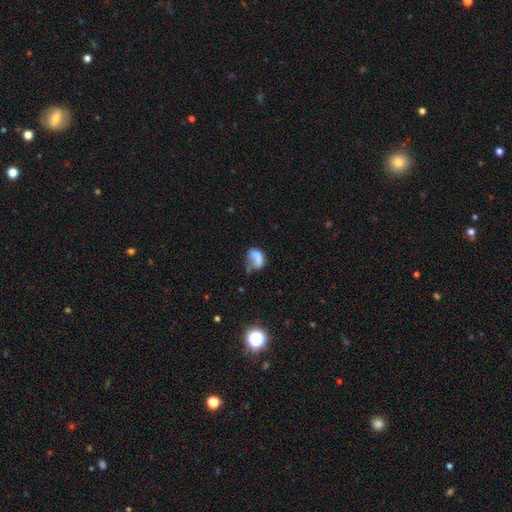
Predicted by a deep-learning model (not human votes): A smooth galaxy with no disk features (54%) that is in between round and cigar-shaped (73%).

Vote fractions:
- Smooth or featured? smooth: 54% / featured or disk: 35% / star or artifact: 11%
- How rounded? in between: 73% / round: 25% / cigar-shaped: 2%
- Merging? major disturbance: 37% / none: 25% / minor disturbance: 23% / merger: 15%